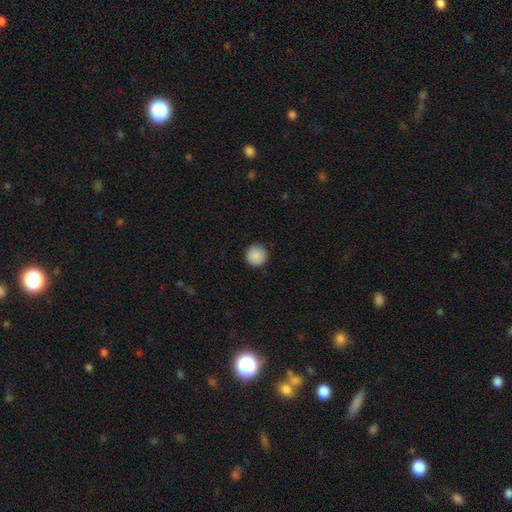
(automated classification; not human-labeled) This is clearly a smooth galaxy (89%). How rounded: clearly round (96%). Merging: clearly none (92%).